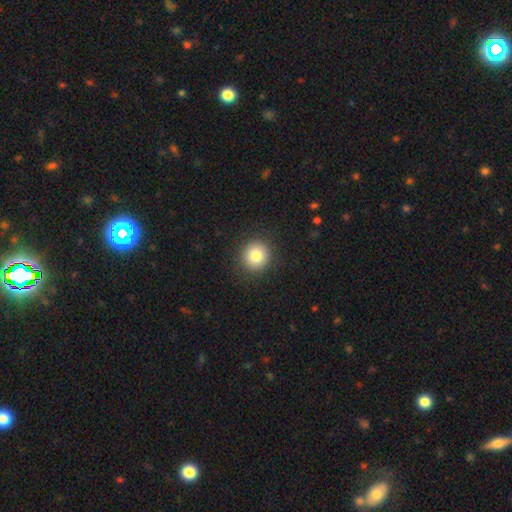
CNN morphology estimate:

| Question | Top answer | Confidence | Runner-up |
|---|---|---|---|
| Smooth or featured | smooth | 82% | star or artifact (10%) |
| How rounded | round | 92% | in between (7%) |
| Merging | none | 91% | minor disturbance (6%) |